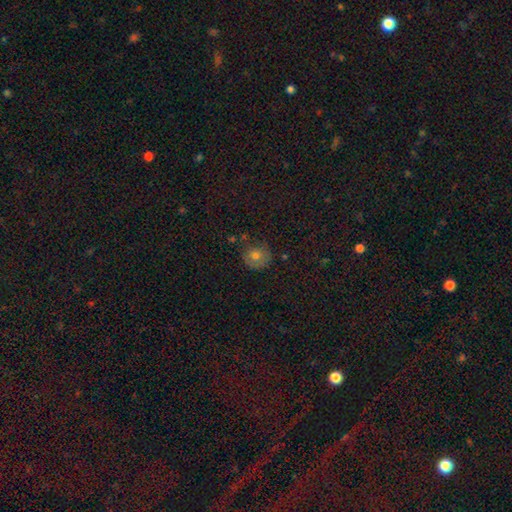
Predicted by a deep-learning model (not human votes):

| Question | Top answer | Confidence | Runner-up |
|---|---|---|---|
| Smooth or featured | smooth | 65% | featured or disk (19%) |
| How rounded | round | 83% | in between (16%) |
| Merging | none | 70% | minor disturbance (21%) |